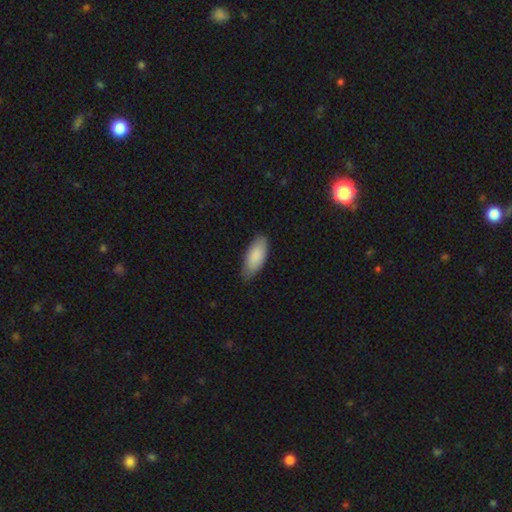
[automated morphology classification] smooth-or-featured: smooth: 87% | featured or disk: 8% | star or artifact: 5%
  how-rounded: in between: 85% | cigar-shaped: 13% | round: 2%
  merging: none: 74% | minor disturbance: 22% | major disturbance: 3% | merger: 1%